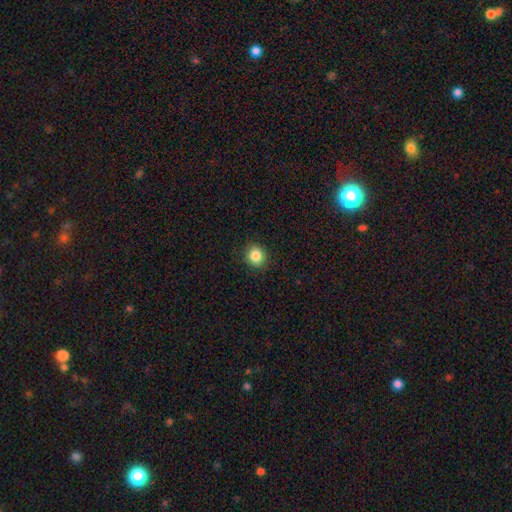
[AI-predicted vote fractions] Smooth or featured: smooth — 85% (star or artifact — 10%)
How rounded: round — 83% (in between — 16%)
Merging: none — 91% (minor disturbance — 6%)